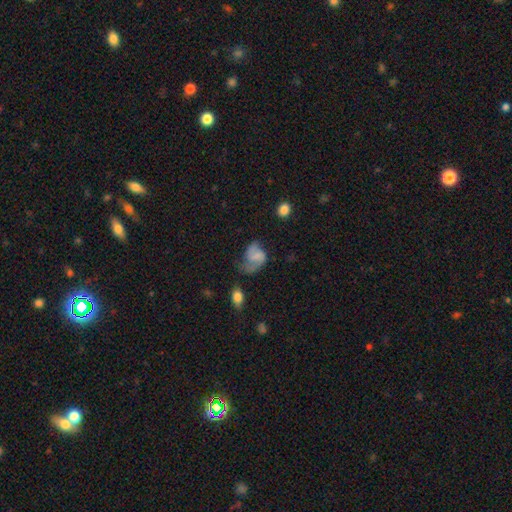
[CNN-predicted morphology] A smooth galaxy with no disk features (46%). Merging: none (36%).